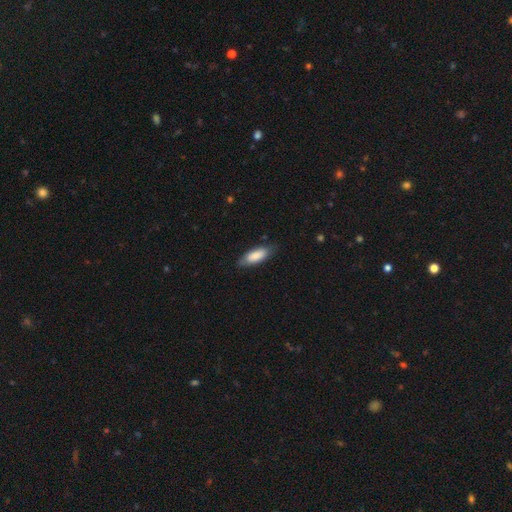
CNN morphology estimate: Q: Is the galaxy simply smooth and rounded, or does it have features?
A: smooth — 83%.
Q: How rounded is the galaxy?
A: in between — 71%.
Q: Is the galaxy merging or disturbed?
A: none — 79%.